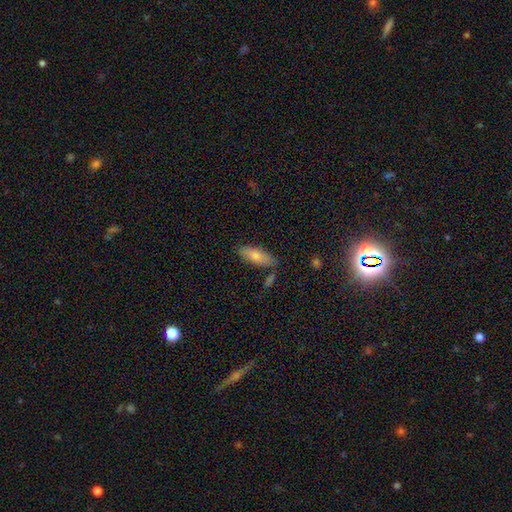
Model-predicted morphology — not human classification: smooth-or-featured: smooth: 72% | featured or disk: 19% | star or artifact: 9%
  how-rounded: in between: 66% | cigar-shaped: 31% | round: 2%
  merging: none: 78% | minor disturbance: 15% | merger: 4% | major disturbance: 3%